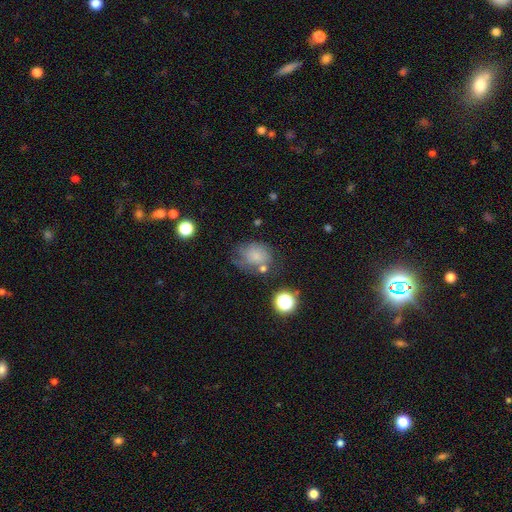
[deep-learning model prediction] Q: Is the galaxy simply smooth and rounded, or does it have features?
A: smooth — 65%.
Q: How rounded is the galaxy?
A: round — 52%.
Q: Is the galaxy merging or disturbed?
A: none — 42%.